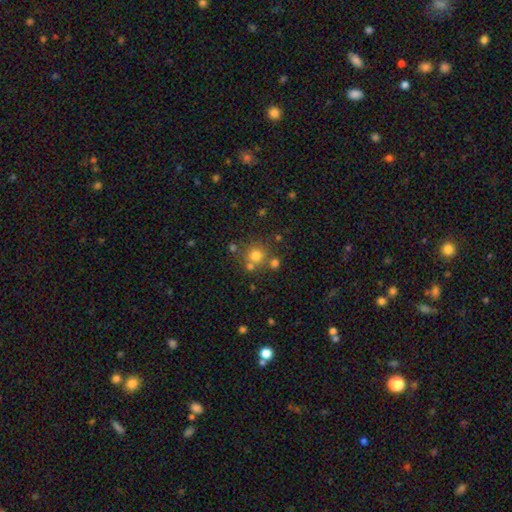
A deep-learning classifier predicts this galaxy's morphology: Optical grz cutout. It shows a smooth galaxy with no disk features (72%) that is round (91%). Merging: none (69%).